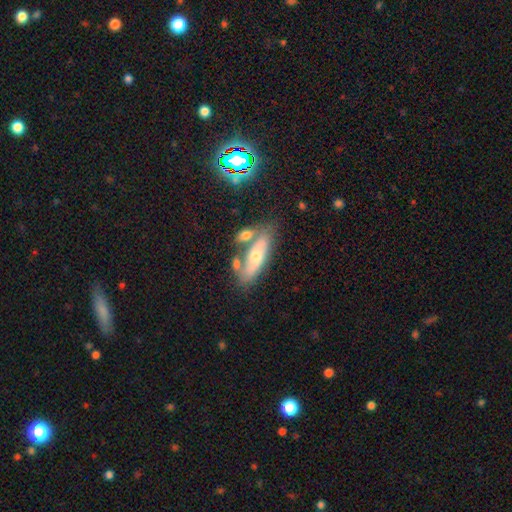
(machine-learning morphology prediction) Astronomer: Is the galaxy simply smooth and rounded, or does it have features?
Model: smooth — 53% (runner-up: featured or disk, 41%).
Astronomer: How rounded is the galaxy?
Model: in between — 67%.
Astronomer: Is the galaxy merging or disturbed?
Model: none — 50% (runner-up: merger, 29%).